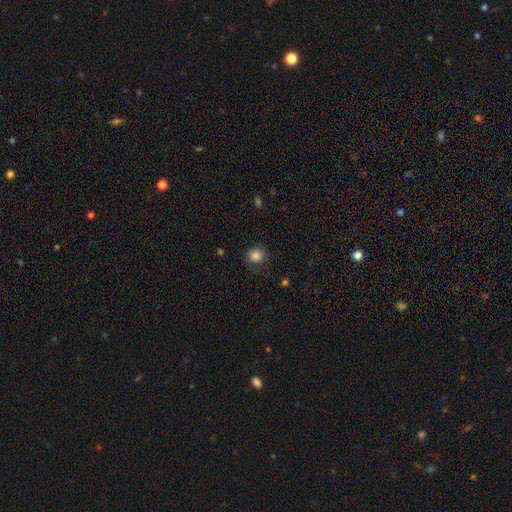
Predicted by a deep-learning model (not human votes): Smooth or featured?
  - smooth: 83% *
  - star or artifact: 11%
  - featured or disk: 6%
How rounded?
  - round: 86% *
  - in between: 13%
  - cigar-shaped: 1%
Merging?
  - none: 77% *
  - minor disturbance: 16%
  - major disturbance: 6%
  - merger: 1%